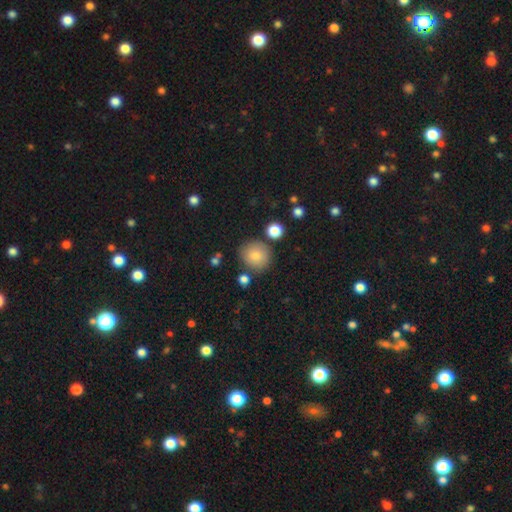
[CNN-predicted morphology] smooth 81%, star or artifact 10%, featured or disk 9%. Down the decision tree: how rounded — round (88%); merging — none (79%).